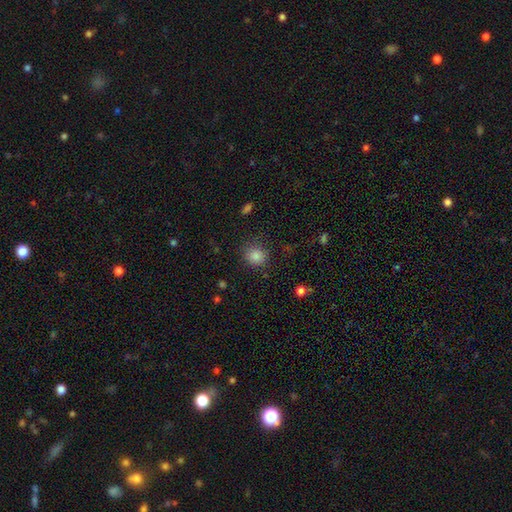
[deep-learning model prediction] smooth-or-featured: smooth: 82% | star or artifact: 13% | featured or disk: 5%
  how-rounded: round: 81% | in between: 18% | cigar-shaped: 1%
  merging: none: 82% | minor disturbance: 12% | major disturbance: 4% | merger: 1%